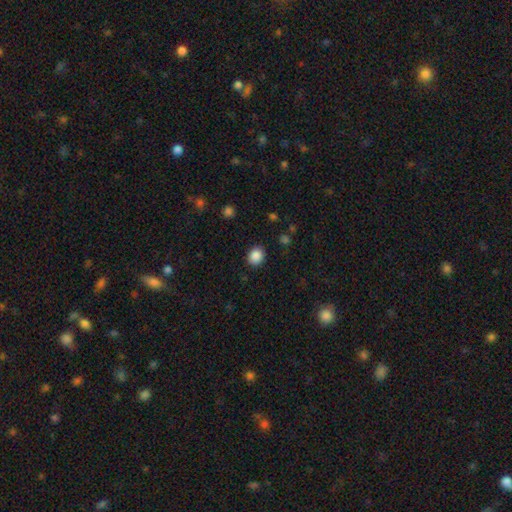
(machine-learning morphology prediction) A smooth galaxy with no disk features (87%) that is round (66%).

Vote fractions:
- Smooth or featured? smooth: 87% / star or artifact: 9% / featured or disk: 4%
- How rounded? round: 66% / in between: 34% / cigar-shaped: 1%
- Merging? none: 89% / minor disturbance: 8% / major disturbance: 2% / merger: 1%